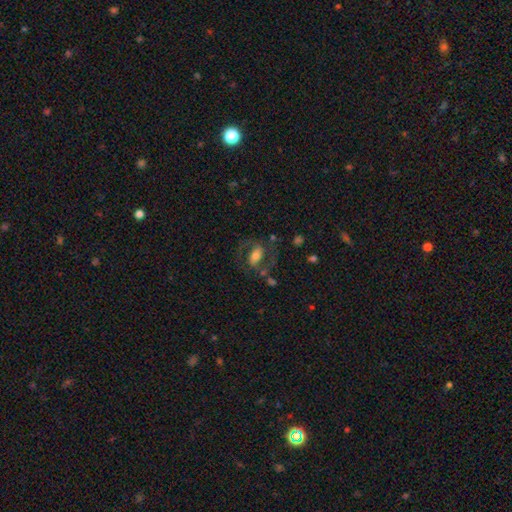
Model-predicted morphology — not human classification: This appears to be a featured or disk galaxy (61%) with a strong bar (40%), spiral arms (78%) and a moderate central bulge (54%). Merging: none (62%).